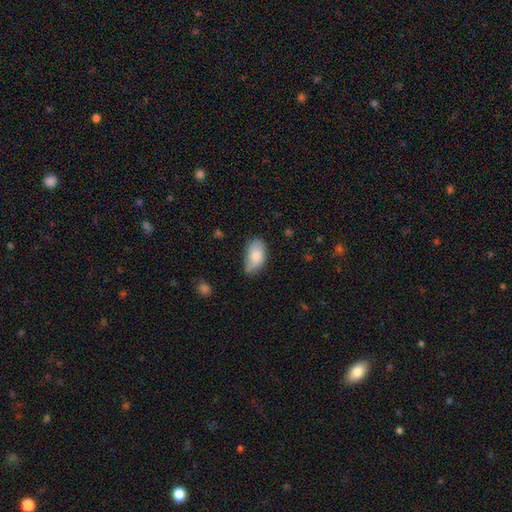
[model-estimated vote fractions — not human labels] Smooth or featured? smooth (79%)
How rounded? in between (94%)
Merging? none (55%)